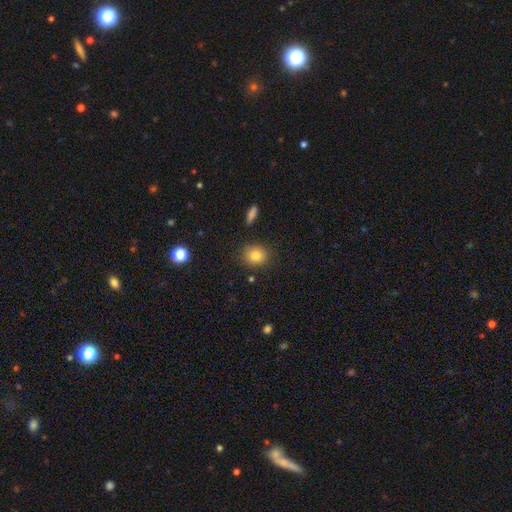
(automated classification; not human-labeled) A smooth galaxy with no disk features (81%) that is round (72%). Merging: none (86%).